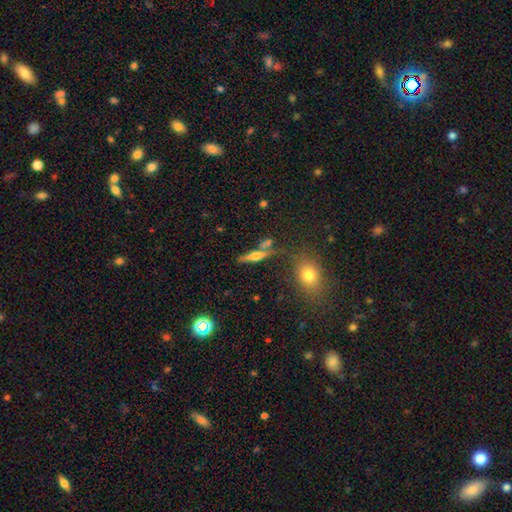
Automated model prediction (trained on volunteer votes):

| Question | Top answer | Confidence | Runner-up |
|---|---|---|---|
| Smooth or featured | smooth | 44% | tied: featured or disk (44%) |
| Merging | none | 67% | merger (15%) |